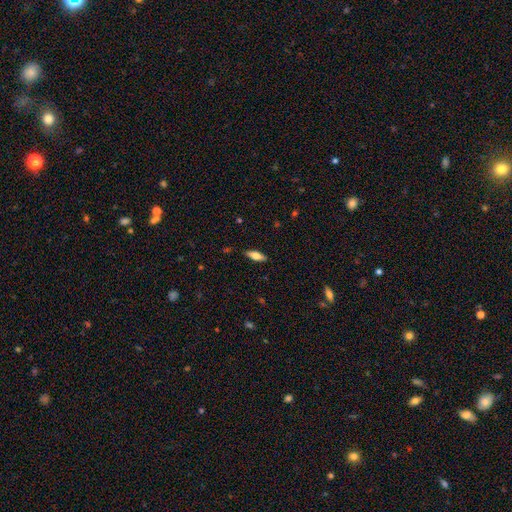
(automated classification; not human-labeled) This appears to be a smooth galaxy with no disk features (69%) that is in between round and cigar-shaped (64%). Merging: none (87%).